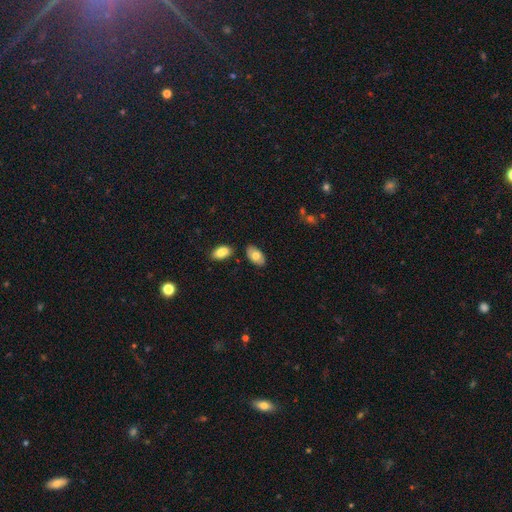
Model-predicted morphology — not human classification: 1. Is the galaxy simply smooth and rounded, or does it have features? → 73% smooth, 21% featured or disk, 6% star or artifact.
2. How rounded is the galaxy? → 95% in between, 3% round, 2% cigar-shaped.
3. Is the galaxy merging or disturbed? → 81% none, 12% minor disturbance, 5% merger, 2% major disturbance.